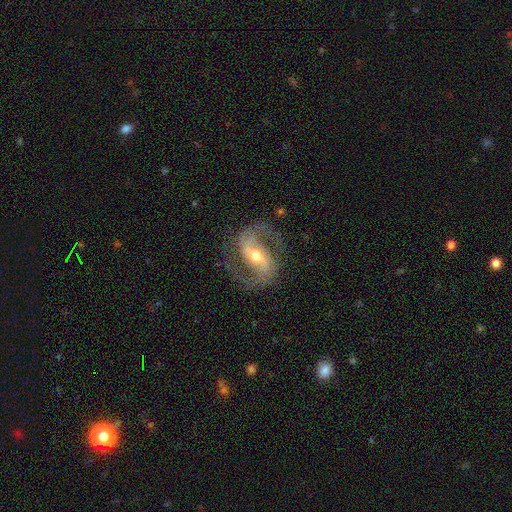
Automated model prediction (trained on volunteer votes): This is clearly a featured or disk galaxy (91%). It is clearly not viewed edge-on (97%). Bar: possibly strong (45%). Spiral arm pattern: clearly yes (97%). Spiral arm count: clearly 2 (94%). Spiral winding: likely medium (61%). Central bulge: likely moderate (63%). Merging: likely none (80%).